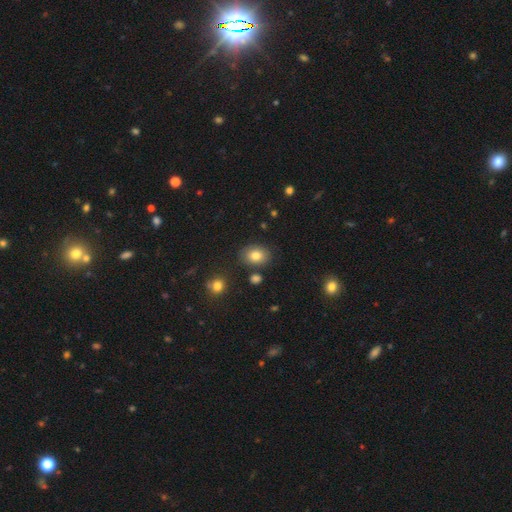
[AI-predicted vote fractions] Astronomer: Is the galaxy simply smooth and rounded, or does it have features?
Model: smooth — 80%.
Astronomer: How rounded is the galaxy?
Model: in between — 61% (runner-up: round, 38%).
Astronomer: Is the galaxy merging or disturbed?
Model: none — 83%.